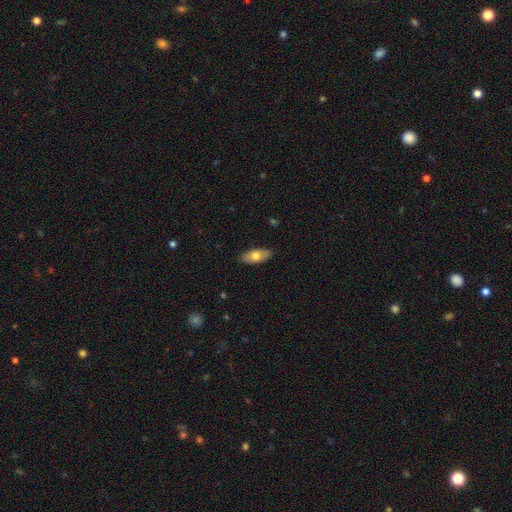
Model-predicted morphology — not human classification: Smooth or featured?
  - smooth: 71% *
  - featured or disk: 23%
  - star or artifact: 6%
How rounded?
  - in between: 85% *
  - cigar-shaped: 12%
  - round: 3%
Merging?
  - none: 88% *
  - minor disturbance: 10%
  - major disturbance: 2%
  - merger: 1%